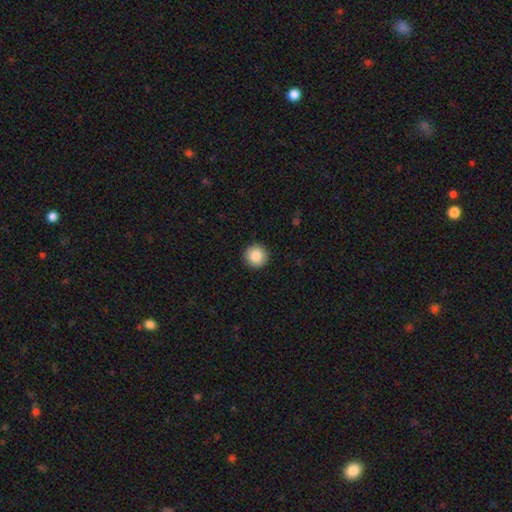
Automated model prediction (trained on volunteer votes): smooth_or_featured: smooth (p=0.86) [alt: star or artifact p=0.08]
how_rounded: round (p=0.95) [alt: in between p=0.04]
merging: none (p=0.93) [alt: minor disturbance p=0.05]